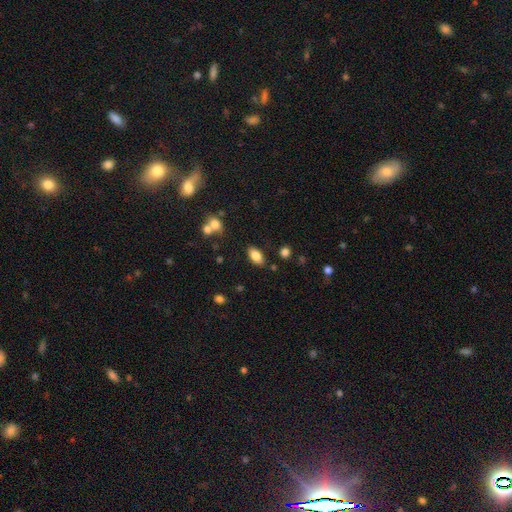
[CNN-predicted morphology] Smooth or featured?
  - smooth: 82% *
  - featured or disk: 10%
  - star or artifact: 8%
How rounded?
  - in between: 91% *
  - cigar-shaped: 5%
  - round: 4%
Merging?
  - none: 83% *
  - minor disturbance: 11%
  - merger: 3%
  - major disturbance: 3%